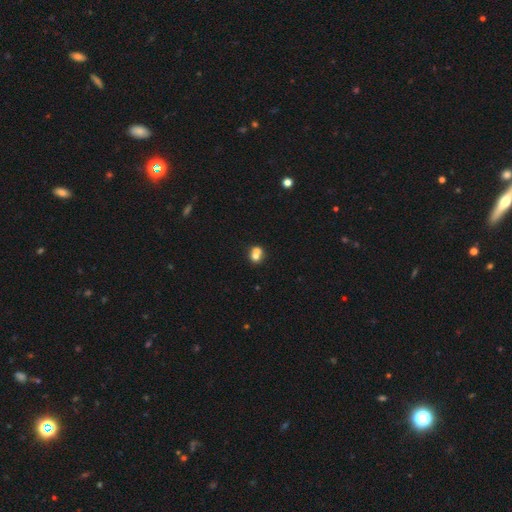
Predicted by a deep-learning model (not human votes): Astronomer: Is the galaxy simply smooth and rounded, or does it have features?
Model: smooth — 70%.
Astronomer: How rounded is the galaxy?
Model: round — 69%.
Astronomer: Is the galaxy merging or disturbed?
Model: merger — 58%.